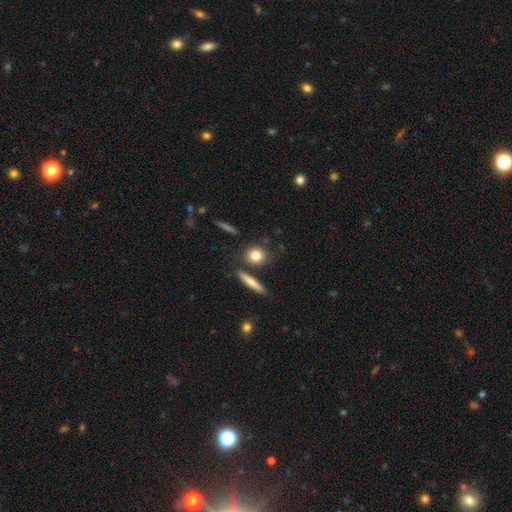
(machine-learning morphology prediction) Smooth or featured: smooth — 81% (featured or disk — 10%)
How rounded: round — 68% (in between — 23%)
Merging: none — 79% (minor disturbance — 10%)